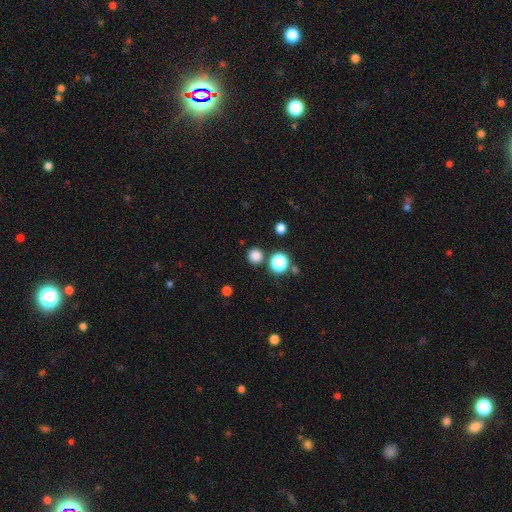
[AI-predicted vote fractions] Overall: smooth (80%). How rounded: round (94%). Merging: none (86%).